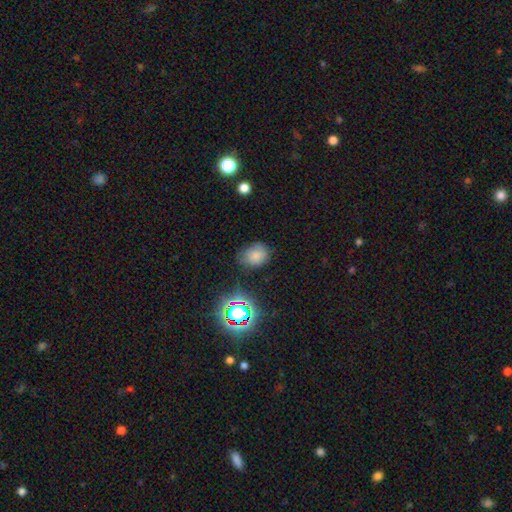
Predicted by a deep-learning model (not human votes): Smooth or featured?
  - smooth: 73% *
  - star or artifact: 17%
  - featured or disk: 10%
How rounded?
  - in between: 52% *
  - round: 47%
  - cigar-shaped: 1%
Merging?
  - none: 65% *
  - minor disturbance: 25%
  - major disturbance: 7%
  - merger: 3%